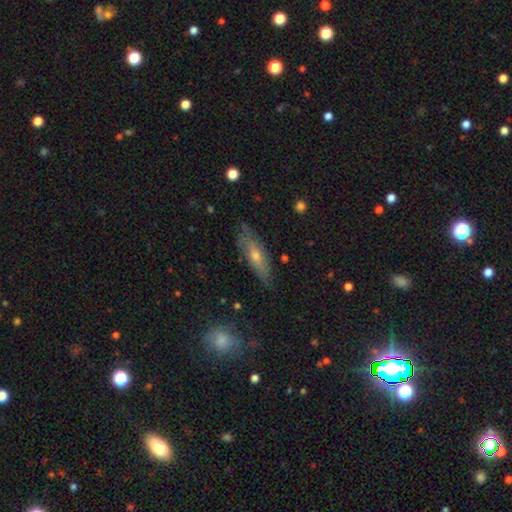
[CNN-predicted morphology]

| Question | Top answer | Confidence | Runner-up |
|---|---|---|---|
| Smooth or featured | featured or disk | 52% | smooth (40%) |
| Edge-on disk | yes | 56% | no (44%) |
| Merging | none | 78% | minor disturbance (17%) |